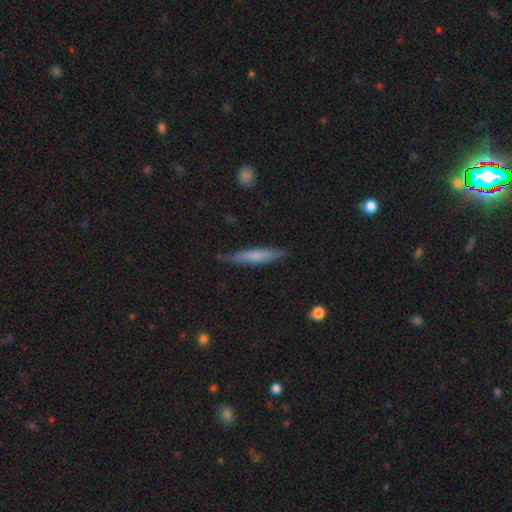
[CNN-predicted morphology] Smooth or featured: smooth — 67% (featured or disk — 28%)
How rounded: cigar-shaped — 91% (in between — 8%)
Merging: none — 81% (minor disturbance — 15%)